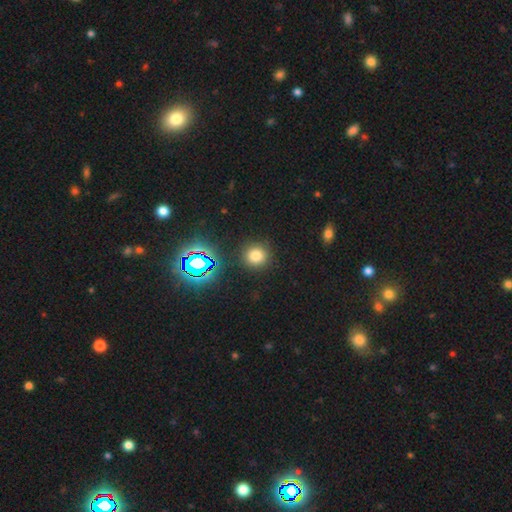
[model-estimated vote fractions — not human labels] smooth 72%, star or artifact 21%, featured or disk 7%. Down the decision tree: how rounded — round (90%); merging — none (89%).